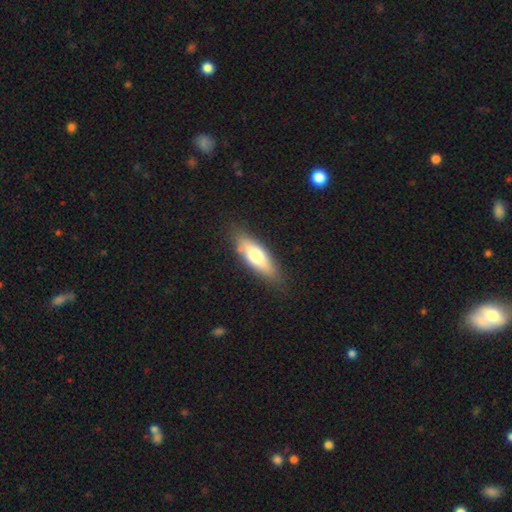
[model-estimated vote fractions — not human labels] This is likely a smooth galaxy (63%). How rounded: possibly in between (57%). Merging: clearly none (81%).